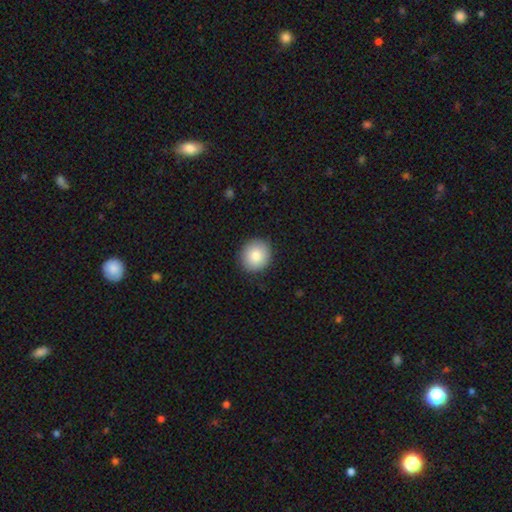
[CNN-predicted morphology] A smooth galaxy with no disk features (83%) that is round (88%).

Vote fractions:
- Smooth or featured? smooth: 83% / featured or disk: 9% / star or artifact: 8%
- How rounded? round: 88% / in between: 11% / cigar-shaped: 1%
- Merging? none: 90% / minor disturbance: 7% / major disturbance: 2% / merger: 1%